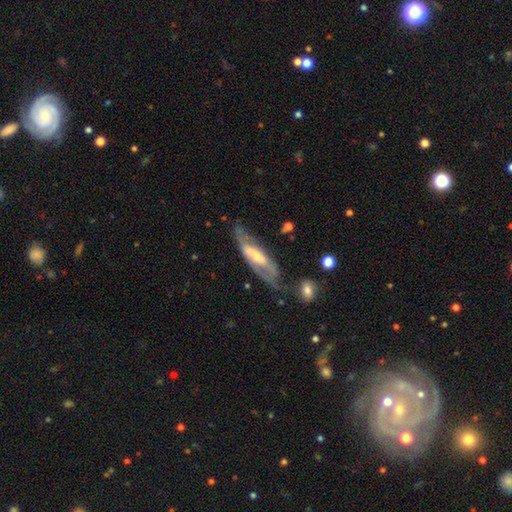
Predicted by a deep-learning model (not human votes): This is likely a featured or disk galaxy (70%). It is likely not viewed edge-on (76%). Bar: marginally strong (44%). Spiral arm pattern: likely yes (71%). Central bulge: marginally moderate (42%). Merging: possibly none (49%).